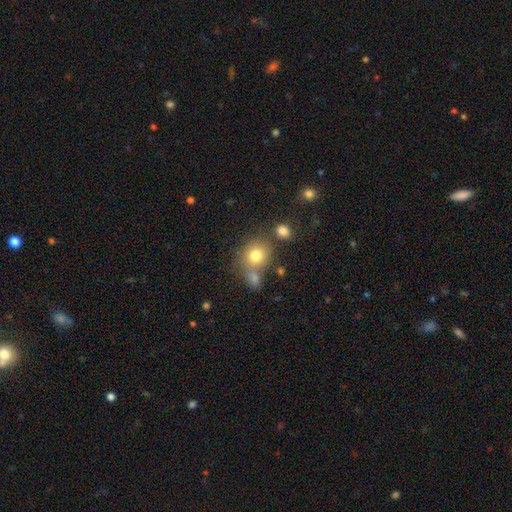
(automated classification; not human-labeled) A smooth galaxy with no disk features (77%) that is round (80%).

Vote fractions:
- Smooth or featured? smooth: 77% / star or artifact: 12% / featured or disk: 11%
- How rounded? round: 80% / in between: 19% / cigar-shaped: 1%
- Merging? none: 57% / merger: 25% / minor disturbance: 12% / major disturbance: 5%